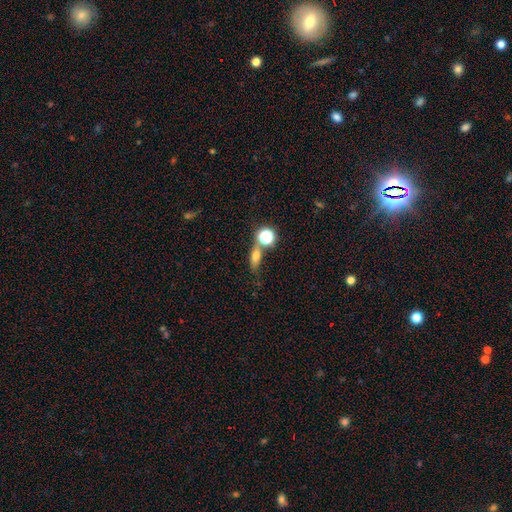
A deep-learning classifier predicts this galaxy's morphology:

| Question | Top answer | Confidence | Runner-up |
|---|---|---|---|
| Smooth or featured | smooth | 66% | star or artifact (17%) |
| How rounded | in between | 53% | round (25%) |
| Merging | none | 56% | merger (24%) |